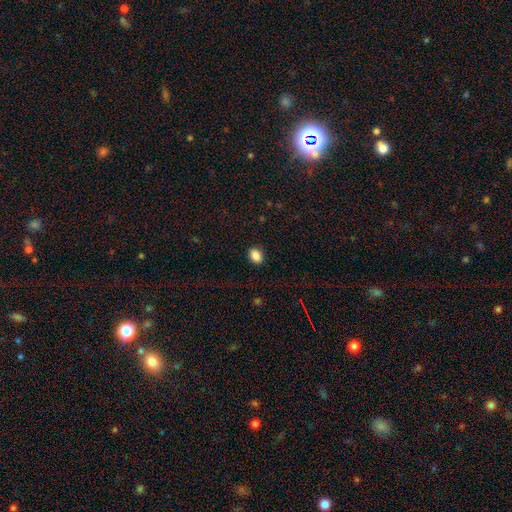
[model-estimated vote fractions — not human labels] Smooth or featured? Predicted: smooth (p=0.88). How rounded? Predicted: in between (p=0.67). Merging? Predicted: none (p=0.90).